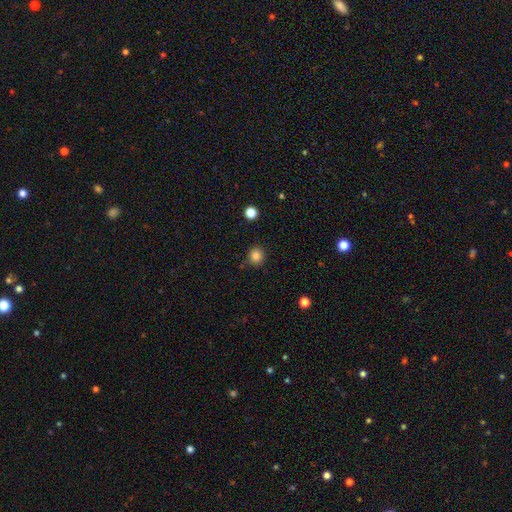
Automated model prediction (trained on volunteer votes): This is clearly a smooth galaxy (84%). How rounded: clearly round (90%). Merging: clearly none (86%).